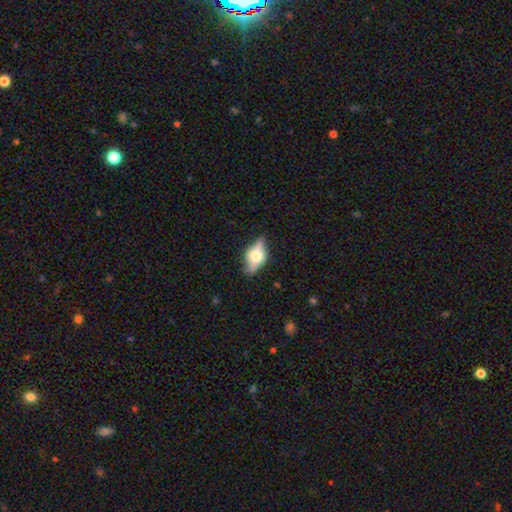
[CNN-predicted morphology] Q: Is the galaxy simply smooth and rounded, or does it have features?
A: featured or disk — 58%.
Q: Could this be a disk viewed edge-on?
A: yes — 85%.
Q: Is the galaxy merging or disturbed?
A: none — 74%.